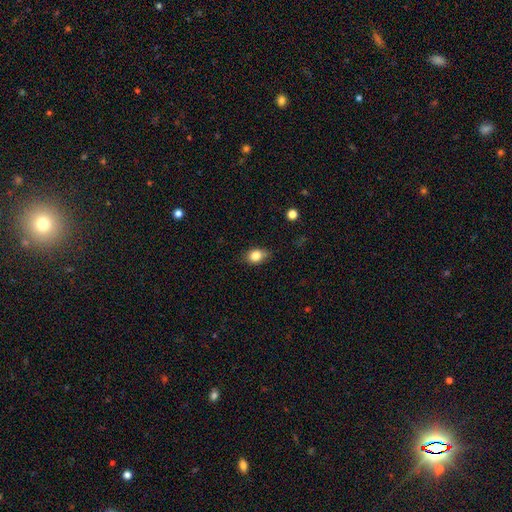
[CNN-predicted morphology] smooth_or_featured: smooth (p=0.83) [alt: star or artifact p=0.10]
how_rounded: in between (p=0.62) [alt: round p=0.37]
merging: none (p=0.77) [alt: minor disturbance p=0.18]